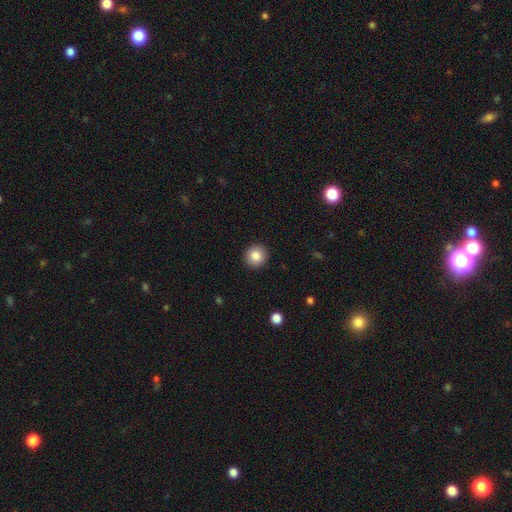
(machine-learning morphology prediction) Overall: smooth (85%). How rounded: round (92%). Merging: none (93%).